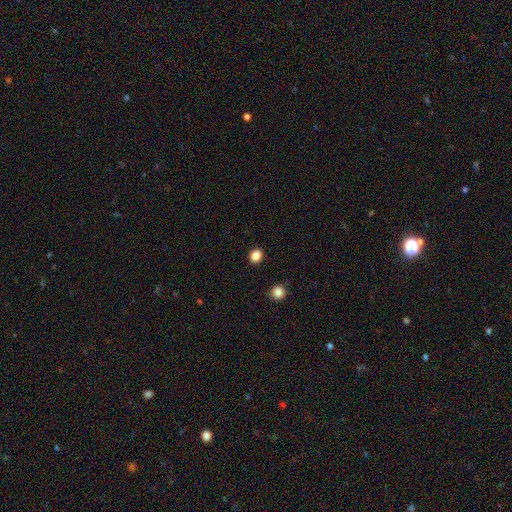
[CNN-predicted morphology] smooth-or-featured: smooth: 86% | star or artifact: 11% | featured or disk: 3%
  how-rounded: round: 68% | in between: 31% | cigar-shaped: 1%
  merging: none: 91% | minor disturbance: 6% | major disturbance: 2% | merger: 1%